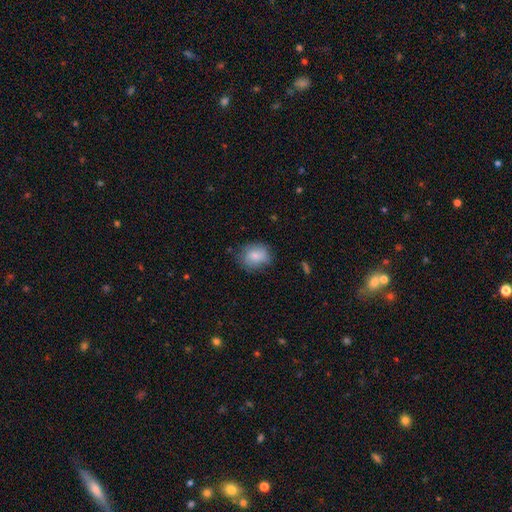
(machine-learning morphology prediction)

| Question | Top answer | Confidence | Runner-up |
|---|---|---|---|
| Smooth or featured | smooth | 81% | featured or disk (11%) |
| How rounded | round | 57% | in between (42%) |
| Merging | none | 68% | minor disturbance (24%) |